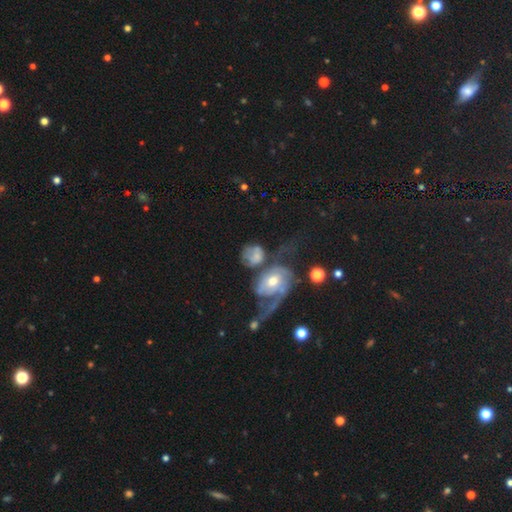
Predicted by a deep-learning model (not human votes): smooth_or_featured: featured or disk (p=0.49) [alt: smooth p=0.42]
merging: merger (p=0.44) [alt: major disturbance p=0.24]